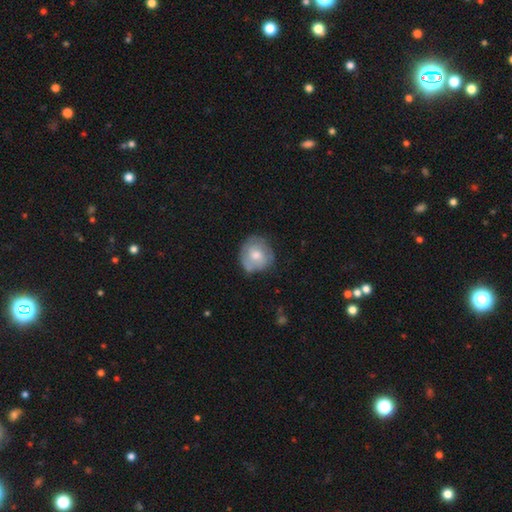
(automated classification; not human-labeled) Overall: smooth (58%; featured or disk 35%). How rounded: round (82%). Merging: none (65%; minor disturbance 25%).